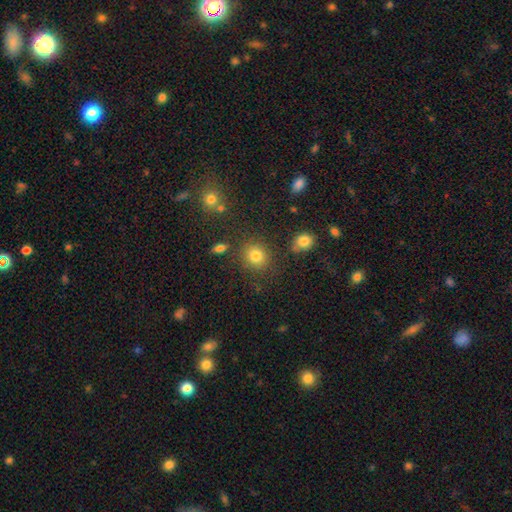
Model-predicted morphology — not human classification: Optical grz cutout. It shows a smooth galaxy with no disk features (80%) that is round (80%). Merging: none (82%).